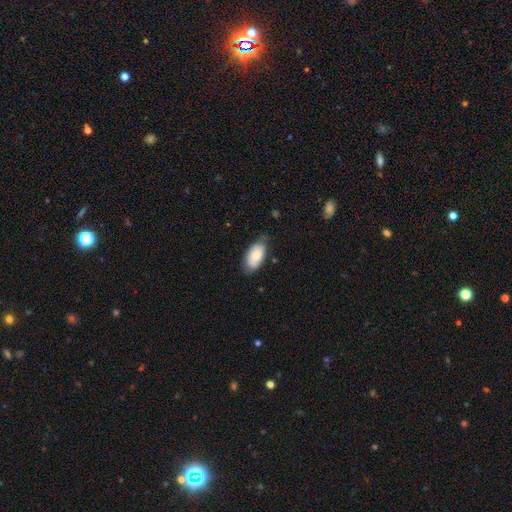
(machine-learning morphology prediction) Smooth or featured: smooth — 74% (featured or disk — 20%)
How rounded: in between — 94% (round — 3%)
Merging: none — 67% (minor disturbance — 26%)